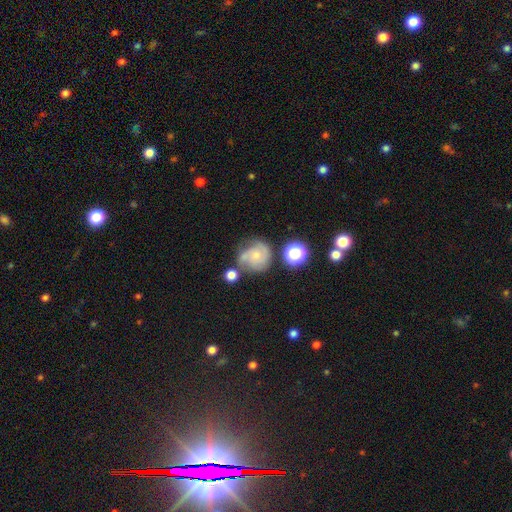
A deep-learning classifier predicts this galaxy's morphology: Smooth or featured? Predicted: featured or disk (p=0.56). Edge-on disk? Predicted: no (p=0.98). Bar? Predicted: no (p=0.79). Spiral arms? Predicted: yes (p=0.83). Bulge size? Predicted: small (p=0.59). Merging? Predicted: none (p=0.47).